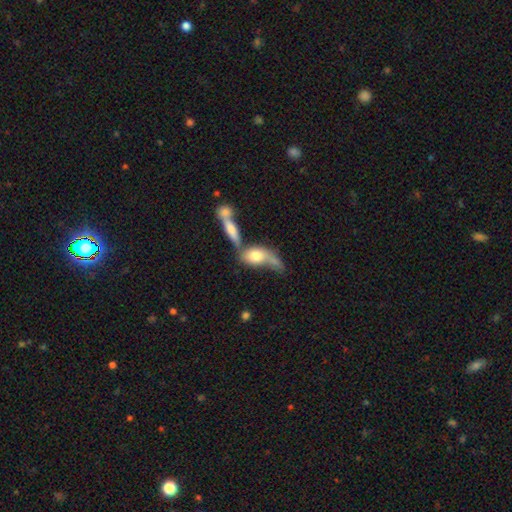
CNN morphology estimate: A smooth galaxy with no disk features (61%) that is in between round and cigar-shaped (74%).

Vote fractions:
- Smooth or featured? smooth: 61% / featured or disk: 31% / star or artifact: 7%
- How rounded? in between: 74% / cigar-shaped: 17% / round: 9%
- Merging? merger: 50% / none: 21% / major disturbance: 17% / minor disturbance: 13%